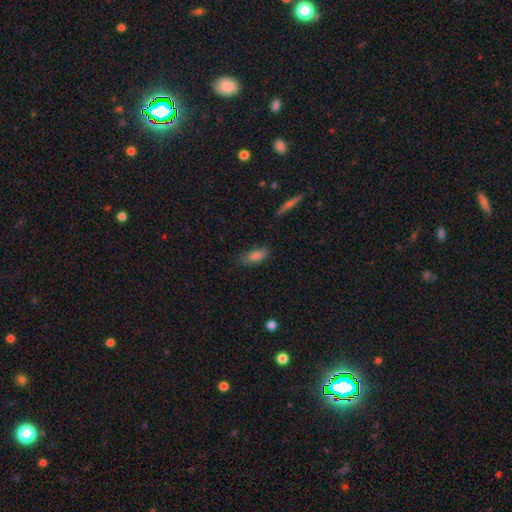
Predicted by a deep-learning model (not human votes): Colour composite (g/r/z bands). It shows a smooth galaxy with no disk features (81%) that is in between round and cigar-shaped (75%). Merging: none (70%).